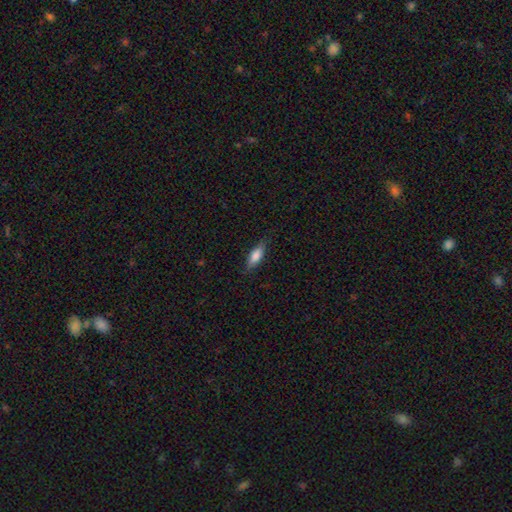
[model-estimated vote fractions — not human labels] A smooth galaxy with no disk features (78%) that is in between round and cigar-shaped (61%).

Vote fractions:
- Smooth or featured? smooth: 78% / featured or disk: 15% / star or artifact: 6%
- How rounded? in between: 61% / cigar-shaped: 37% / round: 2%
- Merging? none: 80% / minor disturbance: 16% / major disturbance: 3% / merger: 1%